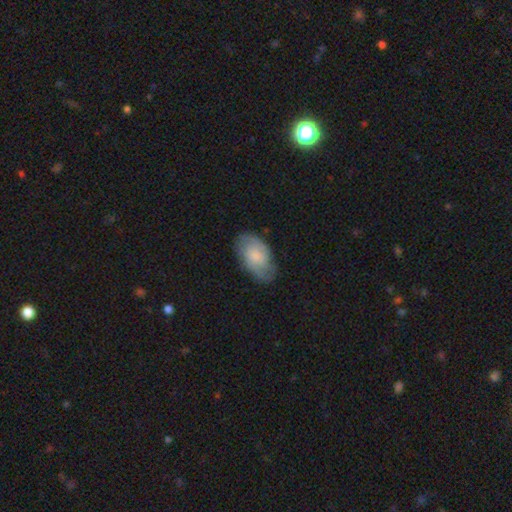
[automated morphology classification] type=featured or disk (50%); merging=none (74%).